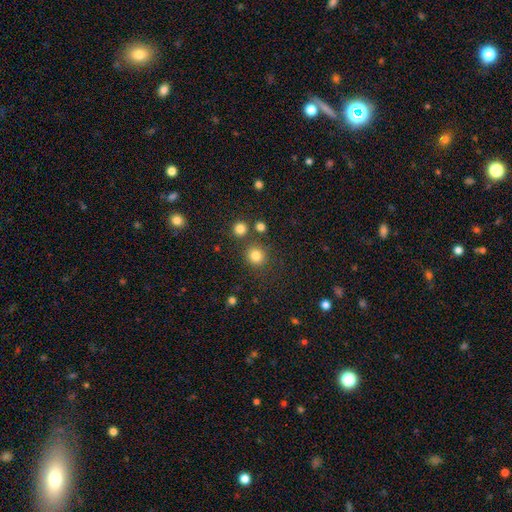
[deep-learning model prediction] Smooth or featured: smooth — 81% (star or artifact — 14%)
How rounded: round — 90% (in between — 9%)
Merging: none — 80% (minor disturbance — 8%)